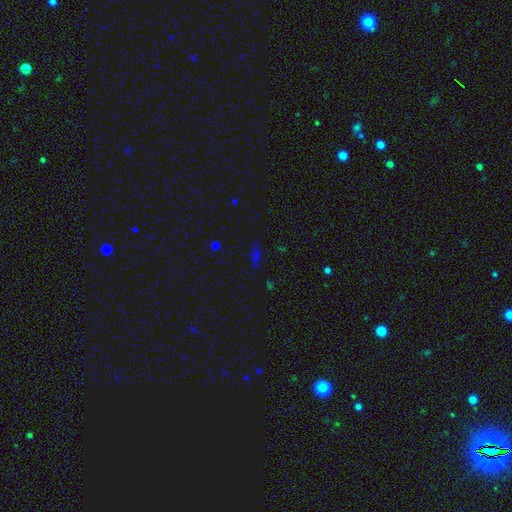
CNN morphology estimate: Overall: star or artifact (45%; smooth 43%).